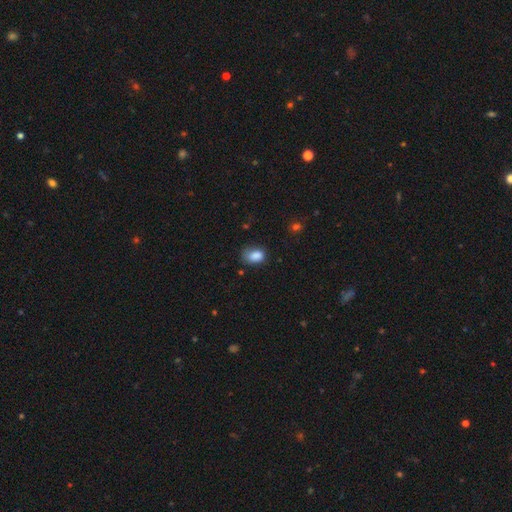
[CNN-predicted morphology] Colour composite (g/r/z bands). It shows a smooth galaxy with no disk features (85%) that is in between round and cigar-shaped (78%). Merging: none (60%).